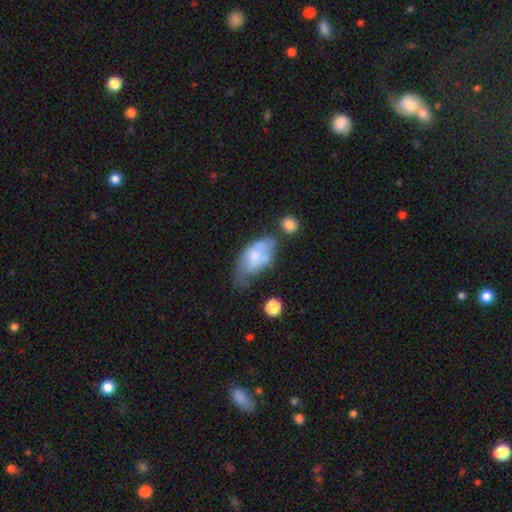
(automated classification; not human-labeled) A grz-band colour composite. It shows a smooth galaxy with no disk features (57%) that is in between round and cigar-shaped (92%). Merging: minor disturbance (35%).